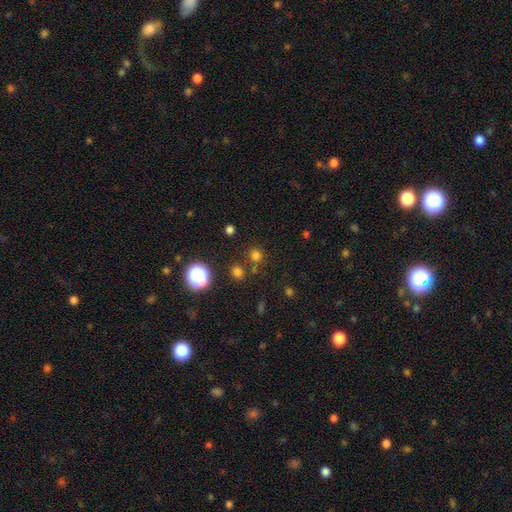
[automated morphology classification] smooth 69%, star or artifact 25%, featured or disk 6%. Down the decision tree: how rounded — round (90%); merging — none (78%).